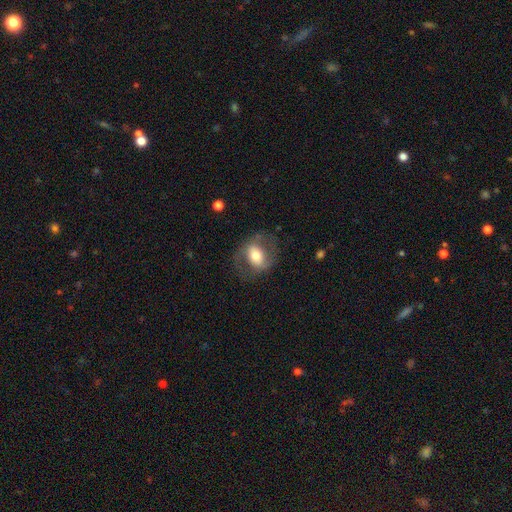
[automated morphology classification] Q: Smooth or featured?
A: featured or disk (48%); runner-up: smooth (44%)
Q: Merging?
A: none (69%); runner-up: minor disturbance (16%)